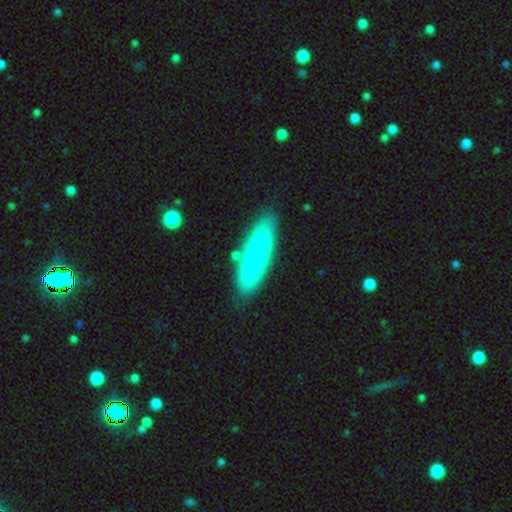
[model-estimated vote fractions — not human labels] Smooth or featured: smooth — 67% (featured or disk — 27%)
How rounded: cigar-shaped — 70% (in between — 28%)
Merging: none — 81% (minor disturbance — 12%)